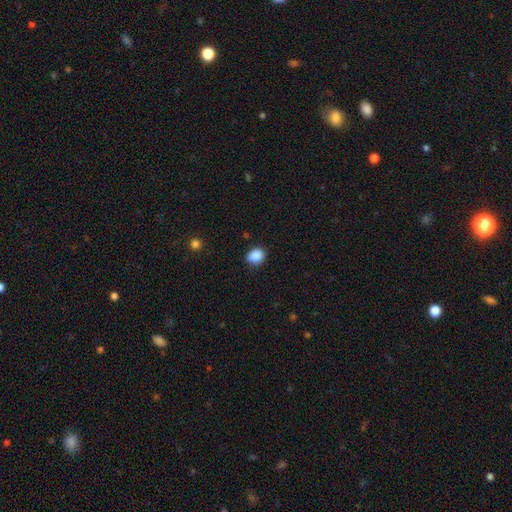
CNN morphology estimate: A smooth galaxy with no disk features (88%) that is round (60%). Merging: none (79%).